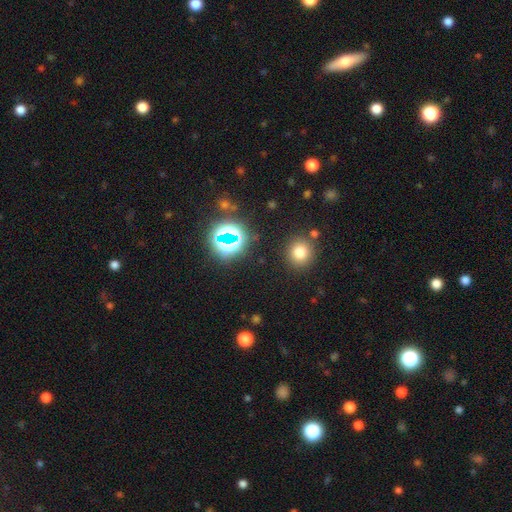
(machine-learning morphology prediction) star or artifact 69%, smooth 24%, featured or disk 7%.